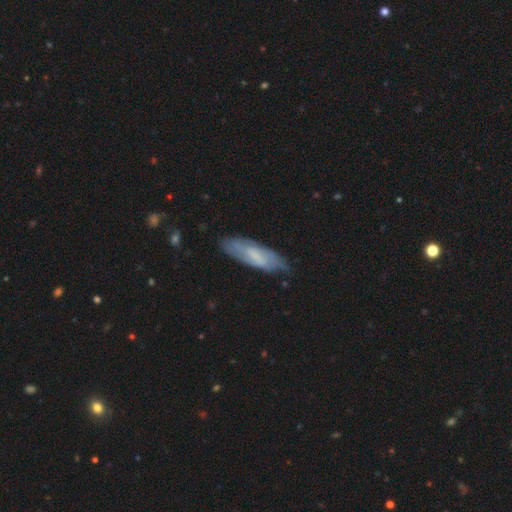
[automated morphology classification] Smooth or featured?
  - smooth: 48% *
  - featured or disk: 45%
  - star or artifact: 7%
Merging?
  - none: 71% *
  - minor disturbance: 22%
  - major disturbance: 6%
  - merger: 2%